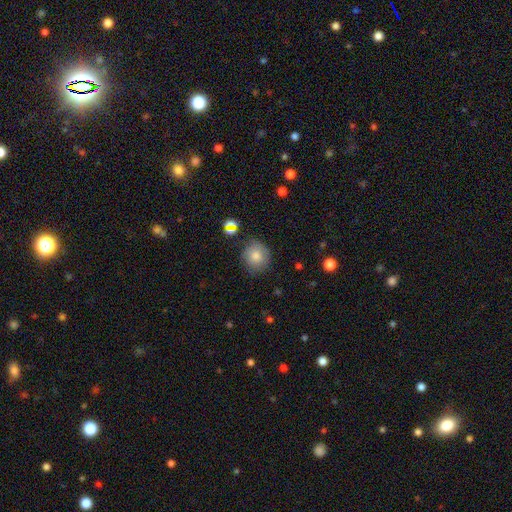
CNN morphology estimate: Smooth or featured? Predicted: smooth (p=0.79). How rounded? Predicted: round (p=0.85). Merging? Predicted: none (p=0.81).